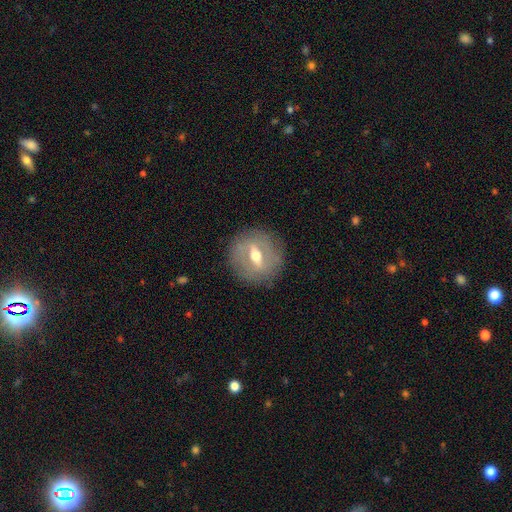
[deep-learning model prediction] Smooth or featured?
  - featured or disk: 68% *
  - smooth: 25%
  - star or artifact: 7%
Edge-on disk?
  - no: 74% *
  - yes: 26%
Merging?
  - none: 86% *
  - minor disturbance: 10%
  - major disturbance: 4%
  - merger: 1%